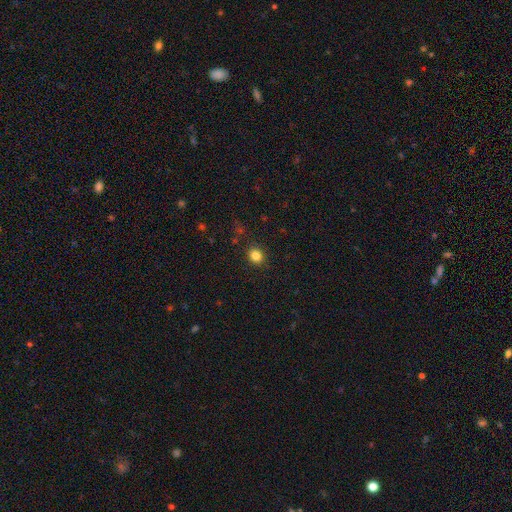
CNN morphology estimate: Q: Smooth or featured?
A: smooth (83%); runner-up: star or artifact (12%)
Q: How rounded?
A: round (72%); runner-up: in between (27%)
Q: Merging?
A: none (89%); runner-up: minor disturbance (8%)